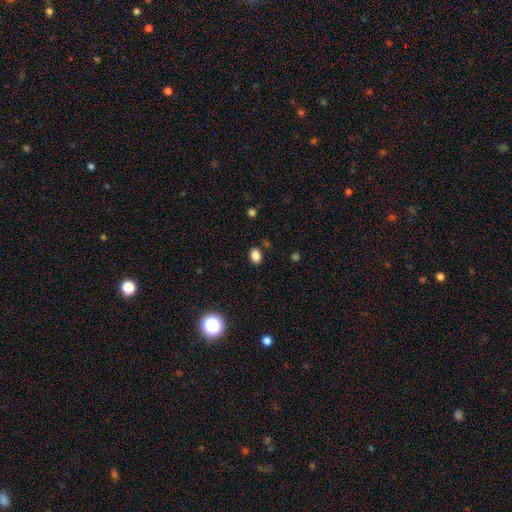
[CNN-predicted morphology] type=smooth (85%); roundness=in between (76%); merging=none (85%).